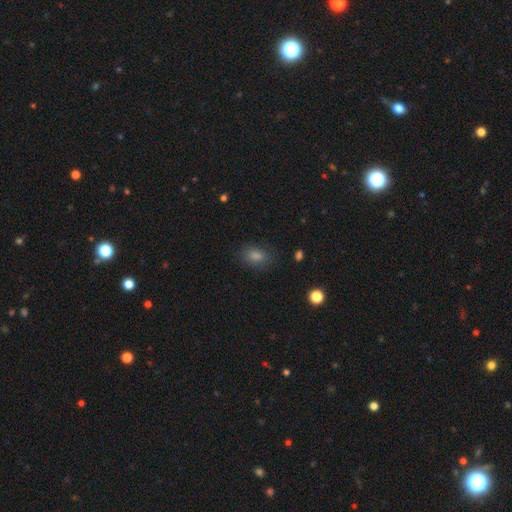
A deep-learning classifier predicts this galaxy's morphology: This appears to be a smooth galaxy with no disk features (75%) that is in between round and cigar-shaped (68%). Merging: none (83%).